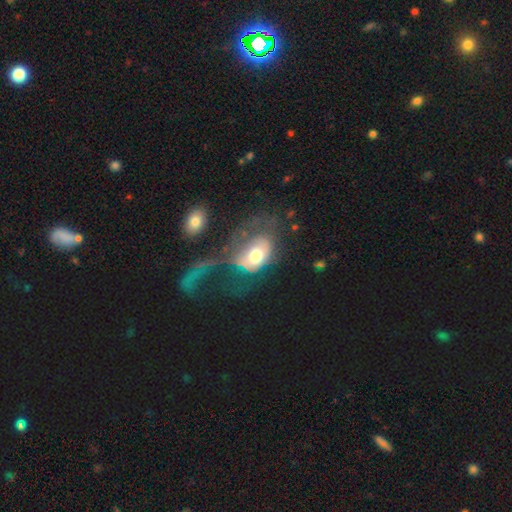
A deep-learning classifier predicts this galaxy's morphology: type=smooth (46%); merging=major disturbance (58%).